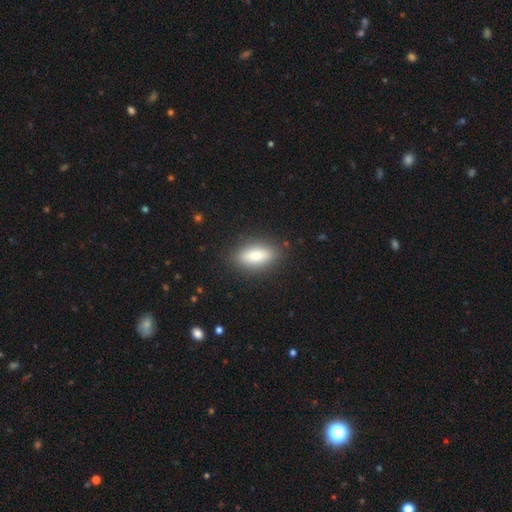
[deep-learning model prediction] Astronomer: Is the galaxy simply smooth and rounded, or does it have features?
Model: smooth — 82%.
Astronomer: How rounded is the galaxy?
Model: in between — 80%.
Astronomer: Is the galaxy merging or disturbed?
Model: none — 86%.